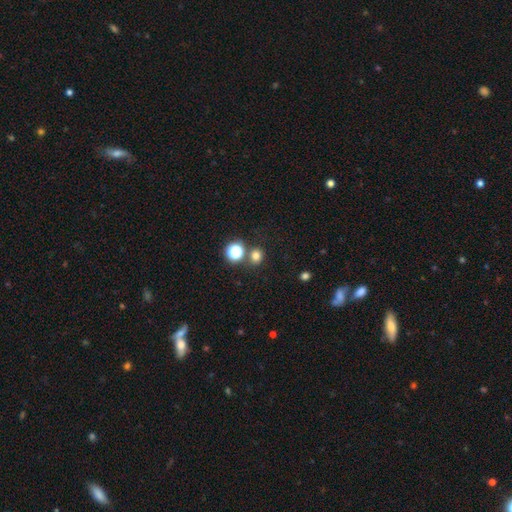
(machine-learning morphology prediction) This is likely a smooth galaxy (74%). How rounded: clearly round (84%). Merging: likely none (76%).